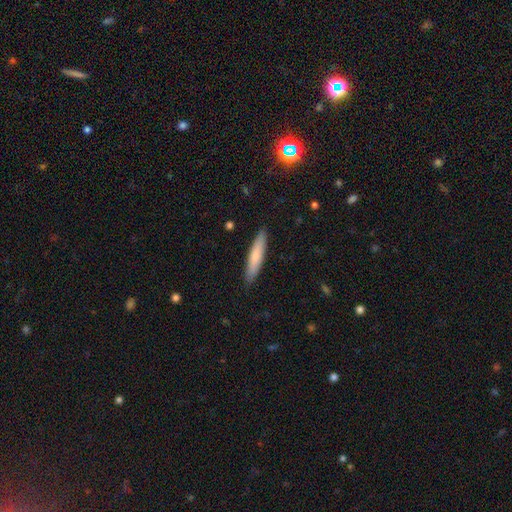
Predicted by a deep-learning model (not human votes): A smooth galaxy with no disk features (76%) that is cigar-shaped (88%).

Vote fractions:
- Smooth or featured? smooth: 76% / featured or disk: 19% / star or artifact: 5%
- How rounded? cigar-shaped: 88% / in between: 11% / round: 1%
- Merging? none: 89% / minor disturbance: 8% / major disturbance: 2% / merger: 1%